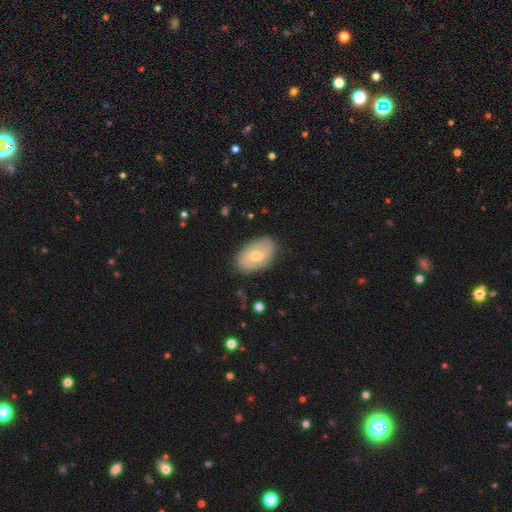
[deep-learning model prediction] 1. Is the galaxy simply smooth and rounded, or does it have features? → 59% featured or disk, 35% smooth, 6% star or artifact.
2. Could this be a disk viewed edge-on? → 95% no, 5% yes.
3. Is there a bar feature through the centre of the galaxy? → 57% weak, 29% no, 14% strong.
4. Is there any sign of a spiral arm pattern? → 78% yes, 22% no.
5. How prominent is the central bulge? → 60% moderate, 35% small, 3% large, 2% none, 1% dominant.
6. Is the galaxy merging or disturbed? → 80% none, 15% minor disturbance, 4% major disturbance, 1% merger.